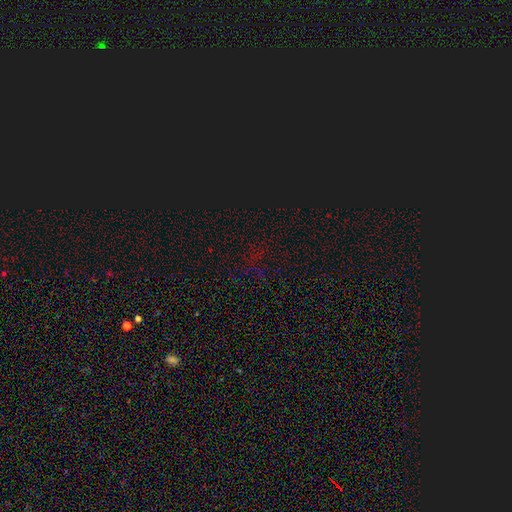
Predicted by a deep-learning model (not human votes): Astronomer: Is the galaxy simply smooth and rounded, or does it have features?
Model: star or artifact — 80%.